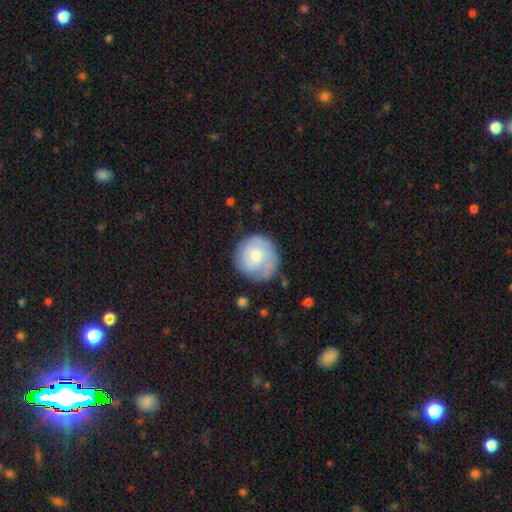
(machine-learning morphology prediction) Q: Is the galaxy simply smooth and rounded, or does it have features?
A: smooth — 64%.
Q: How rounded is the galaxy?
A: round — 92%.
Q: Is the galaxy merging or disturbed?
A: none — 68%.